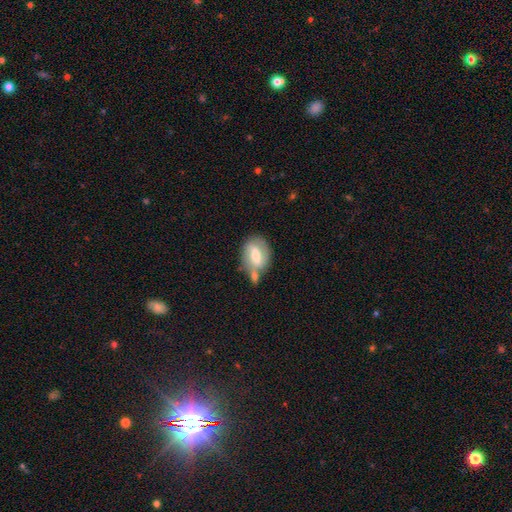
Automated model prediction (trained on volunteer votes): A smooth galaxy with no disk features (53%) that is in between round and cigar-shaped (78%).

Vote fractions:
- Smooth or featured? smooth: 53% / featured or disk: 40% / star or artifact: 7%
- How rounded? in between: 78% / round: 19% / cigar-shaped: 4%
- Merging? none: 45% / merger: 26% / minor disturbance: 21% / major disturbance: 8%